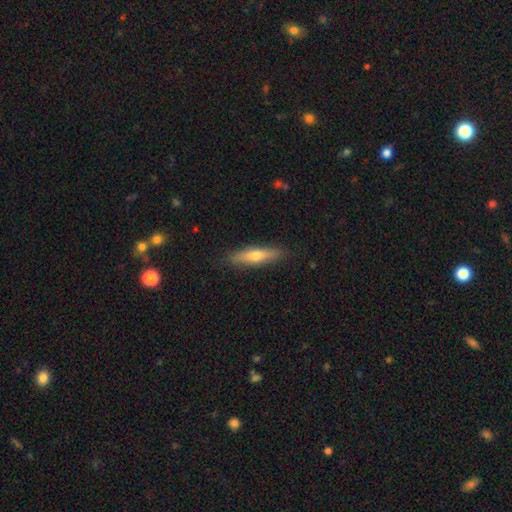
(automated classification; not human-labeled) A smooth galaxy with no disk features (56%) that is cigar-shaped (77%).

Vote fractions:
- Smooth or featured? smooth: 56% / featured or disk: 38% / star or artifact: 6%
- How rounded? cigar-shaped: 77% / in between: 21% / round: 2%
- Merging? none: 88% / minor disturbance: 9% / major disturbance: 2% / merger: 1%